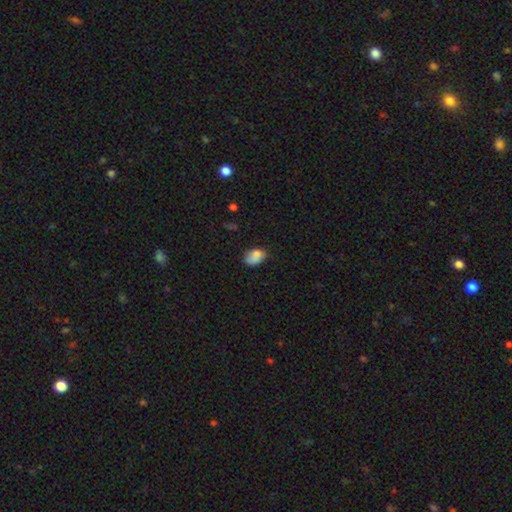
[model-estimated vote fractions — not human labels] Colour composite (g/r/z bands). It shows a smooth galaxy with no disk features (83%) that is in between round and cigar-shaped (82%). Merging: none (59%).